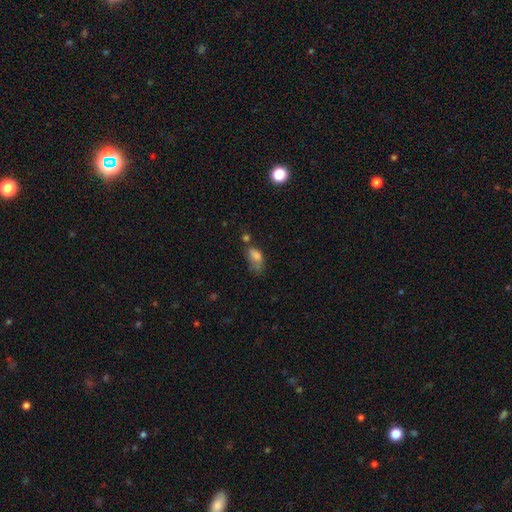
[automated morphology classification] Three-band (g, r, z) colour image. It shows a smooth galaxy with no disk features (73%) that is in between round and cigar-shaped (87%). Merging: major disturbance (30%).